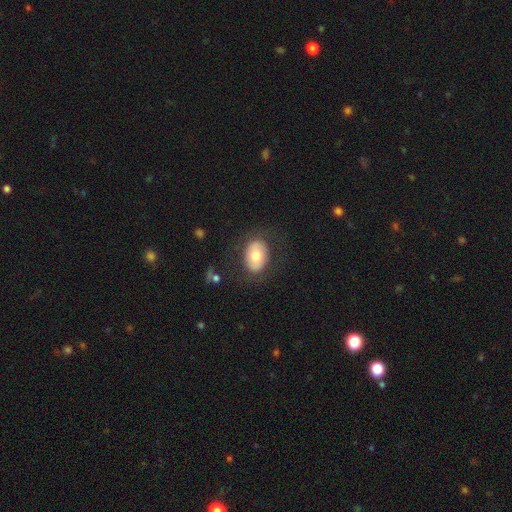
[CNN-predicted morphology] This is likely a smooth galaxy (66%). How rounded: likely in between (76%). Merging: likely none (78%).